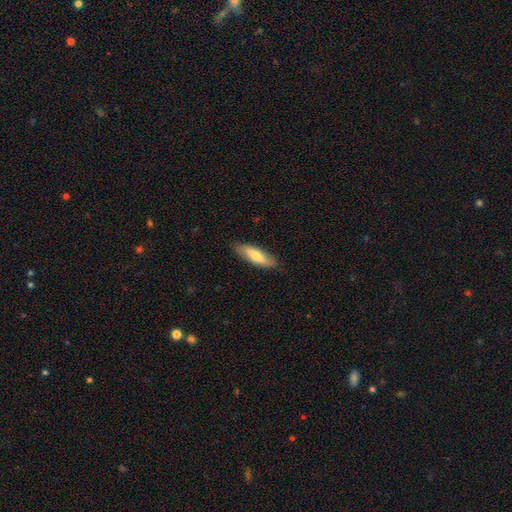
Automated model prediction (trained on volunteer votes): Q: Smooth or featured?
A: smooth (66%); runner-up: featured or disk (28%)
Q: How rounded?
A: in between (54%); runner-up: cigar-shaped (44%)
Q: Merging?
A: none (85%); runner-up: minor disturbance (12%)